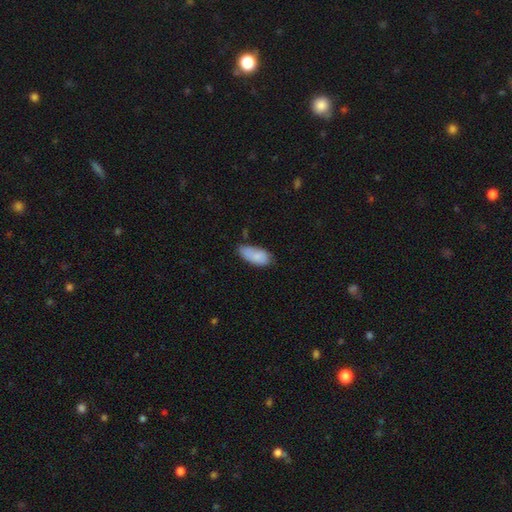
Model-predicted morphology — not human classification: Smooth or featured: smooth — 83% (featured or disk — 11%)
How rounded: in between — 90% (cigar-shaped — 8%)
Merging: none — 54% (minor disturbance — 34%)